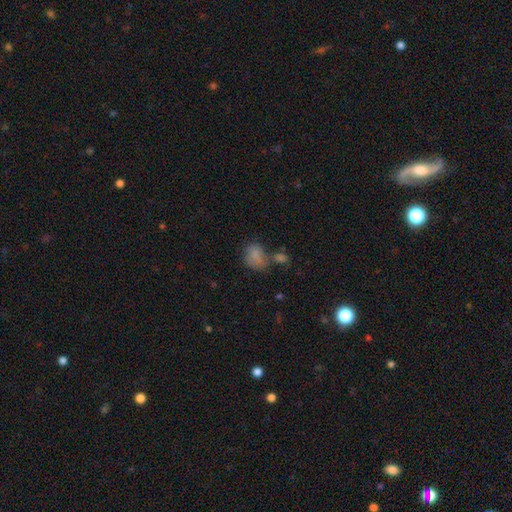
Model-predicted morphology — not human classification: type=smooth (77%); roundness=in between (63%); merging=none (35%).